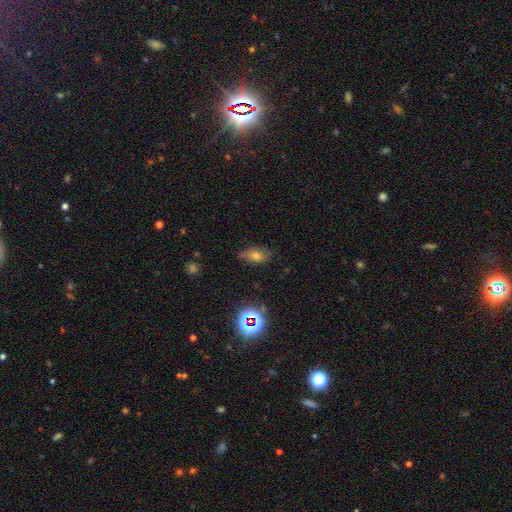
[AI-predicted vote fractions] Morphology: type=smooth (59%); roundness=in between (83%); merging=none (68%).